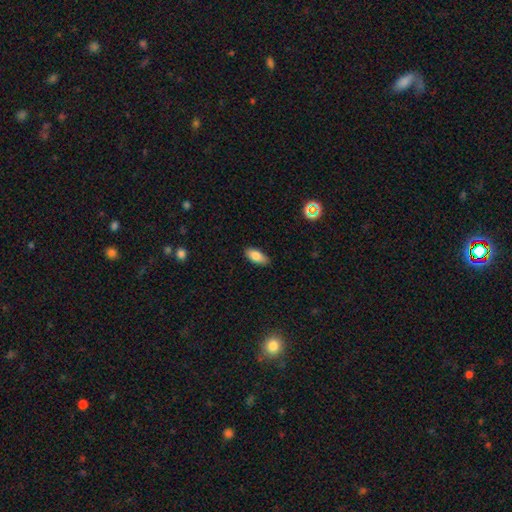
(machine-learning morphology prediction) A smooth galaxy with no disk features (84%) that is in between round and cigar-shaped (89%).

Vote fractions:
- Smooth or featured? smooth: 84% / featured or disk: 8% / star or artifact: 8%
- How rounded? in between: 89% / cigar-shaped: 9% / round: 3%
- Merging? none: 84% / minor disturbance: 13% / major disturbance: 2% / merger: 1%